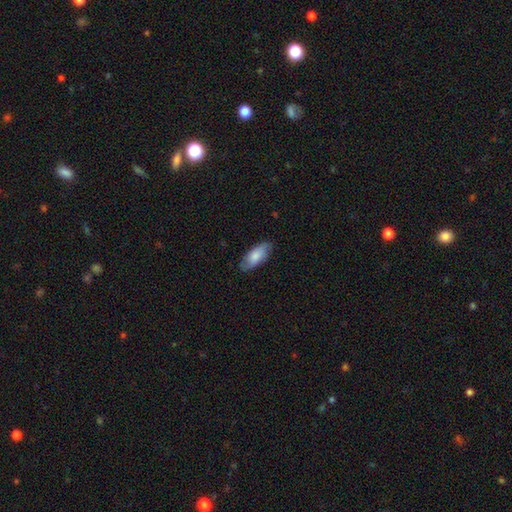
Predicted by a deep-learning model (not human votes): A smooth galaxy with no disk features (74%) that is in between round and cigar-shaped (83%).

Vote fractions:
- Smooth or featured? smooth: 74% / featured or disk: 20% / star or artifact: 6%
- How rounded? in between: 83% / cigar-shaped: 15% / round: 2%
- Merging? none: 81% / minor disturbance: 15% / major disturbance: 3% / merger: 1%